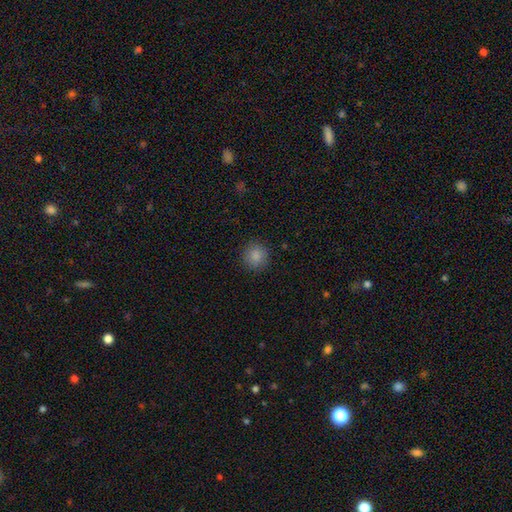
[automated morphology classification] smooth-or-featured: smooth: 86% | star or artifact: 10% | featured or disk: 4%
  how-rounded: round: 91% | in between: 8% | cigar-shaped: 1%
  merging: none: 90% | minor disturbance: 7% | major disturbance: 2% | merger: 1%